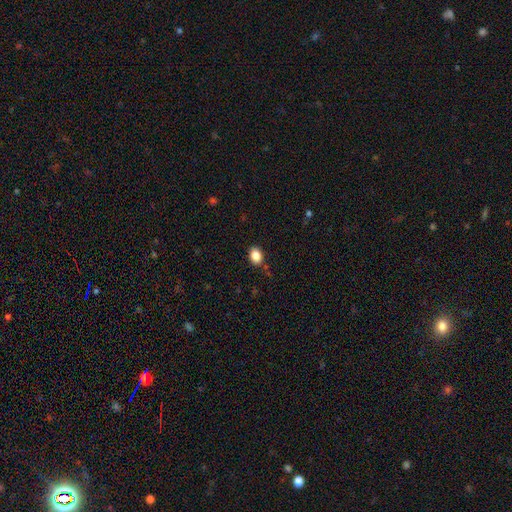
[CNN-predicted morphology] Overall: smooth (86%). How rounded: in between (68%; round 31%). Merging: none (83%).